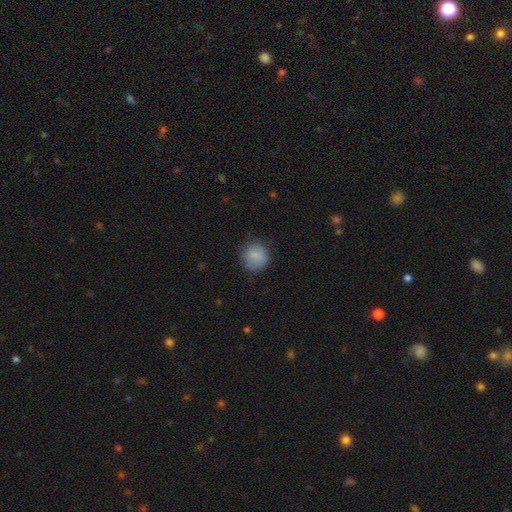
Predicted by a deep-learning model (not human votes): smooth 83%, featured or disk 9%, star or artifact 8%. Down the decision tree: how rounded — round (89%); merging — none (78%).